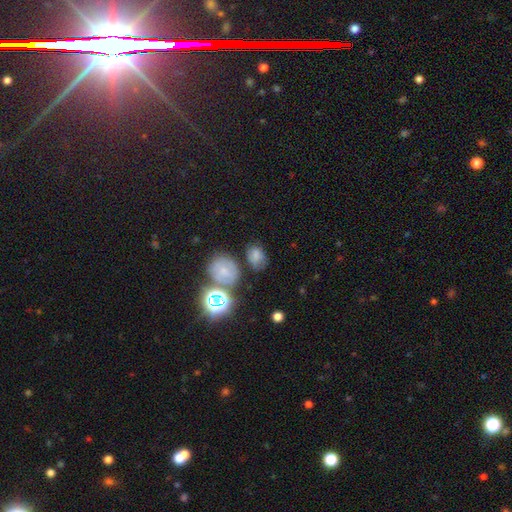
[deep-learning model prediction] Smooth or featured? smooth (67%)
How rounded? in between (65%)
Merging? none (57%)